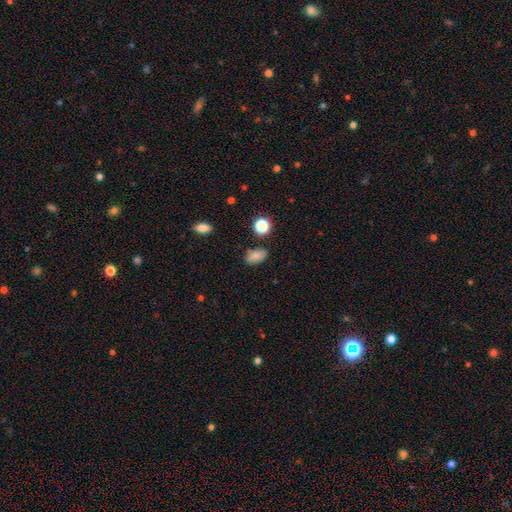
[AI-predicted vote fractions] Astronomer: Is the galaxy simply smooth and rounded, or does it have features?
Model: smooth — 80%.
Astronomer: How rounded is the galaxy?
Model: in between — 86%.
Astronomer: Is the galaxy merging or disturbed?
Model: none — 78%.